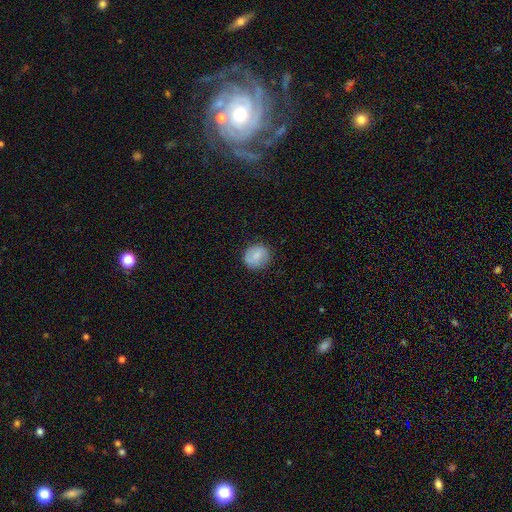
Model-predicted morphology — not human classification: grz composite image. It shows a smooth galaxy with no disk features (70%) that is round (85%). Merging: none (85%).